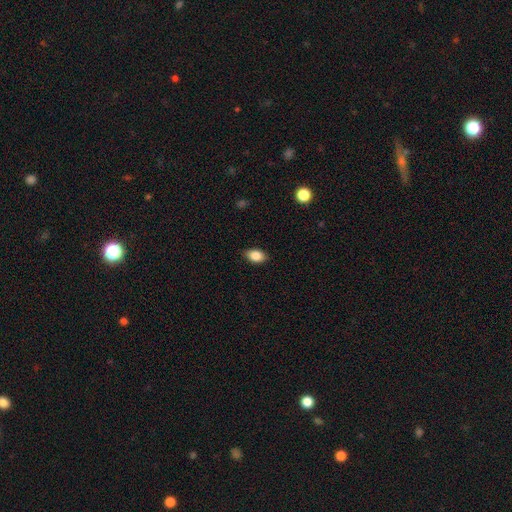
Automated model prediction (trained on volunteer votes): Overall: smooth (86%). How rounded: in between (86%). Merging: none (85%).